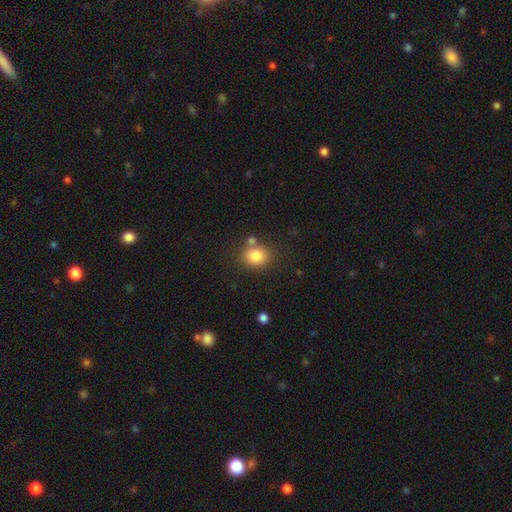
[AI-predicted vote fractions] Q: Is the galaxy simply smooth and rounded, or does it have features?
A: smooth — 82%.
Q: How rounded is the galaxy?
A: round — 53%.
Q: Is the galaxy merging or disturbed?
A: none — 70%.